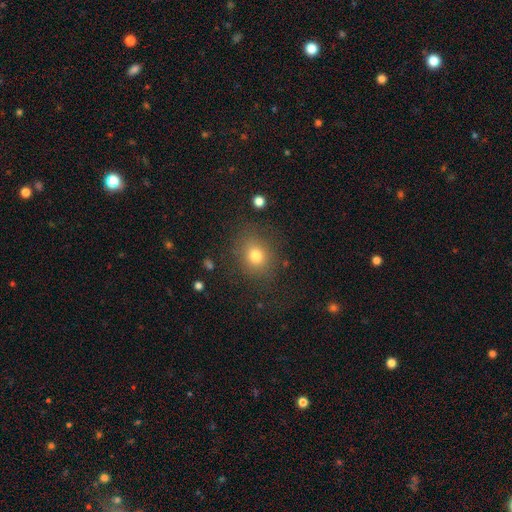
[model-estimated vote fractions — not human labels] Smooth or featured?
  - smooth: 77% *
  - star or artifact: 14%
  - featured or disk: 9%
How rounded?
  - round: 68% *
  - in between: 31%
  - cigar-shaped: 1%
Merging?
  - none: 81% *
  - minor disturbance: 12%
  - major disturbance: 5%
  - merger: 2%